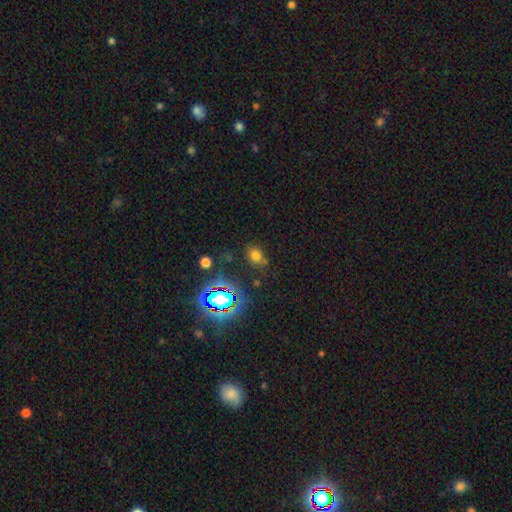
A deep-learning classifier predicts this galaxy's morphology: Overall: smooth (63%; star or artifact 28%). How rounded: round (52%; in between 46%). Merging: none (70%).